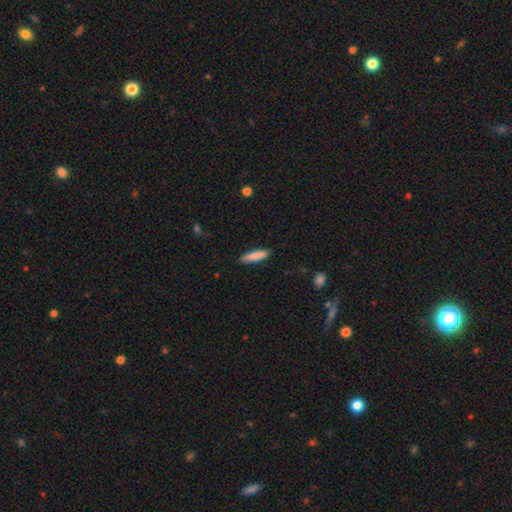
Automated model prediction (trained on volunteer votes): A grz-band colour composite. It shows a smooth galaxy with no disk features (85%) that is cigar-shaped (78%). Merging: none (90%).